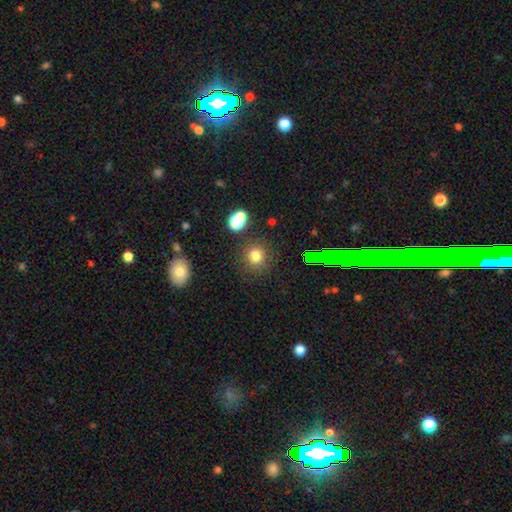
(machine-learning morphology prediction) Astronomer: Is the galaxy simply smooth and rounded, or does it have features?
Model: smooth — 77%.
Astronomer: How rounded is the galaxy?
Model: round — 88%.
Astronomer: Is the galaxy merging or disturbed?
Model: none — 83%.